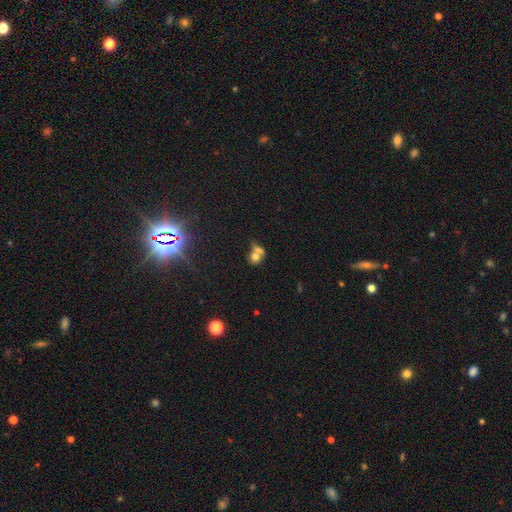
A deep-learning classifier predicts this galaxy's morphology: Q: Smooth or featured?
A: smooth (67%); runner-up: featured or disk (17%)
Q: How rounded?
A: round (67%); runner-up: in between (31%)
Q: Merging?
A: merger (53%); runner-up: none (32%)